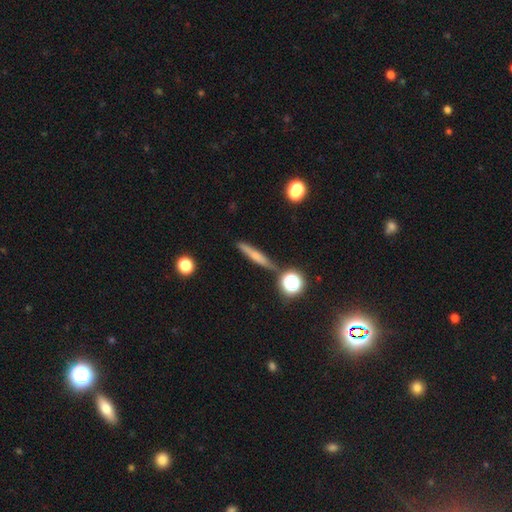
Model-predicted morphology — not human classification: Smooth or featured? smooth (51%)
How rounded? cigar-shaped (83%)
Merging? none (83%)